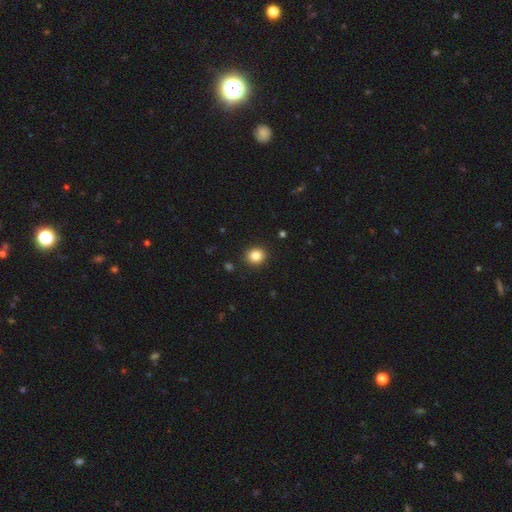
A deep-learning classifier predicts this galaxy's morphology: smooth 85%, star or artifact 10%, featured or disk 5%. Down the decision tree: how rounded — round (76%); merging — none (90%).